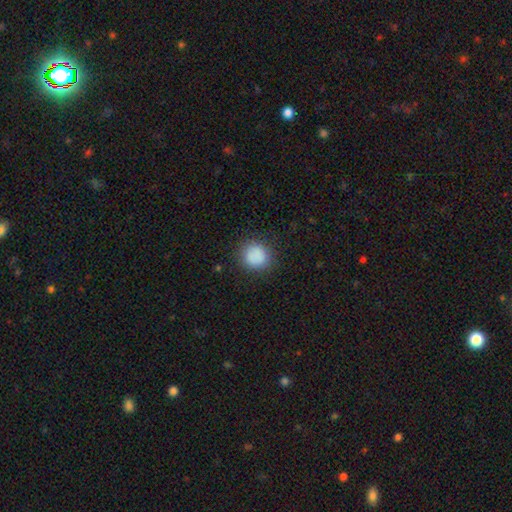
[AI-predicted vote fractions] Smooth or featured? Predicted: smooth (p=0.86). How rounded? Predicted: round (p=0.88). Merging? Predicted: none (p=0.85).